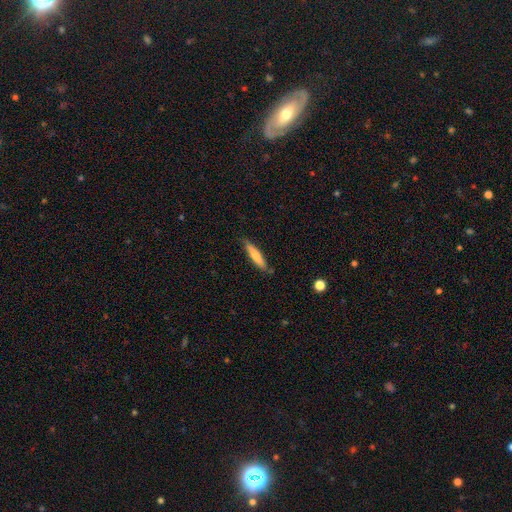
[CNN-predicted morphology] smooth_or_featured: smooth (p=0.71) [alt: featured or disk p=0.24]
how_rounded: cigar-shaped (p=0.87) [alt: in between p=0.12]
merging: none (p=0.81) [alt: minor disturbance p=0.15]